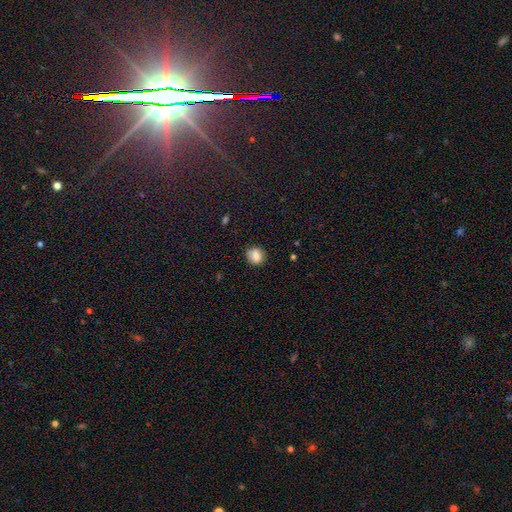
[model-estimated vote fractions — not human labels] Smooth or featured? smooth (82%)
How rounded? round (74%)
Merging? none (81%)